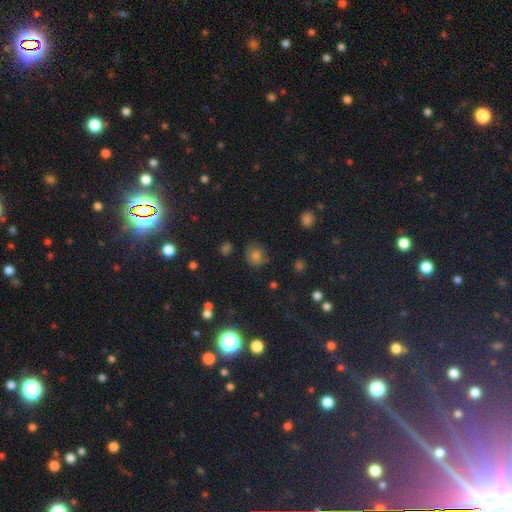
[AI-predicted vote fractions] The model was most divided on "smooth or featured": smooth: 69%, star or artifact: 22%, featured or disk: 9%. More confident: how rounded — round (76%); merging — none (73%).